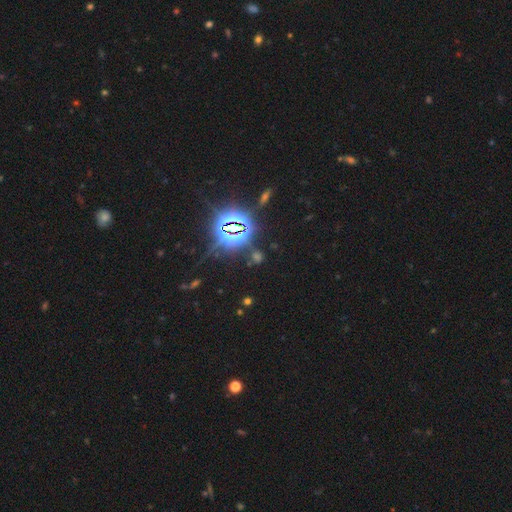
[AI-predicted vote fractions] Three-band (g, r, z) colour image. It shows a star or artifact, not a galaxy (80%).